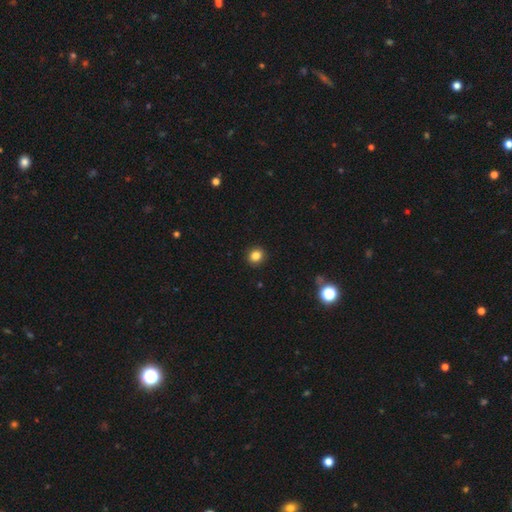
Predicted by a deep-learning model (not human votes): smooth-or-featured: smooth: 85% | star or artifact: 11% | featured or disk: 4%
  how-rounded: round: 76% | in between: 23% | cigar-shaped: 1%
  merging: none: 91% | minor disturbance: 6% | major disturbance: 2% | merger: 1%